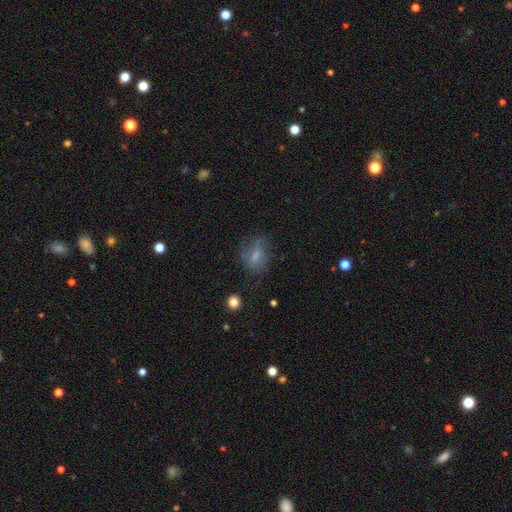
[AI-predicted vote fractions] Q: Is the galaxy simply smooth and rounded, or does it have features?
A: smooth — 53%.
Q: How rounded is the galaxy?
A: in between — 71%.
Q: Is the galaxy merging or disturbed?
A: none — 56%.